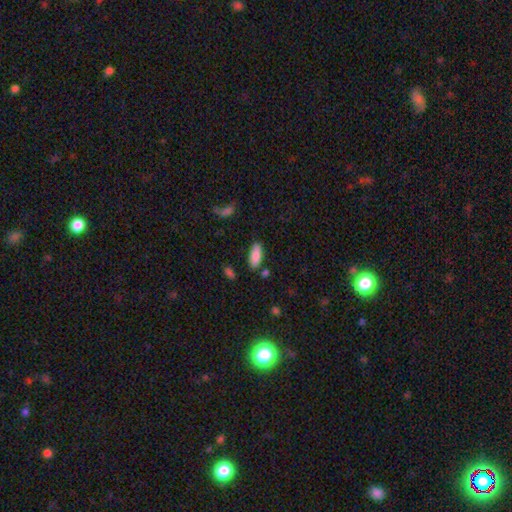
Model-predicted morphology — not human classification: smooth 86%, featured or disk 7%, star or artifact 7%. Down the decision tree: how rounded — in between (78%); merging — none (81%).